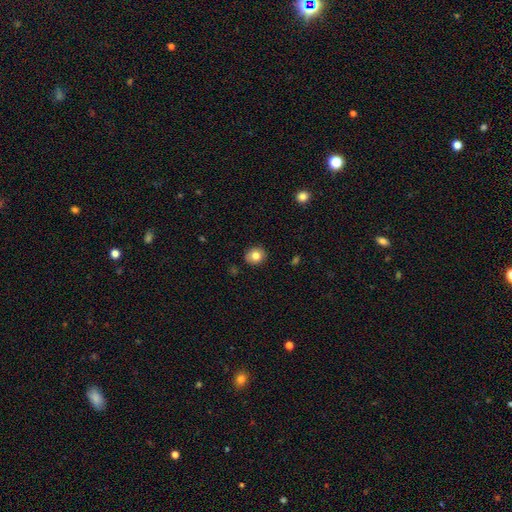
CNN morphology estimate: This is likely a smooth galaxy (80%). How rounded: likely round (79%). Merging: clearly none (88%).